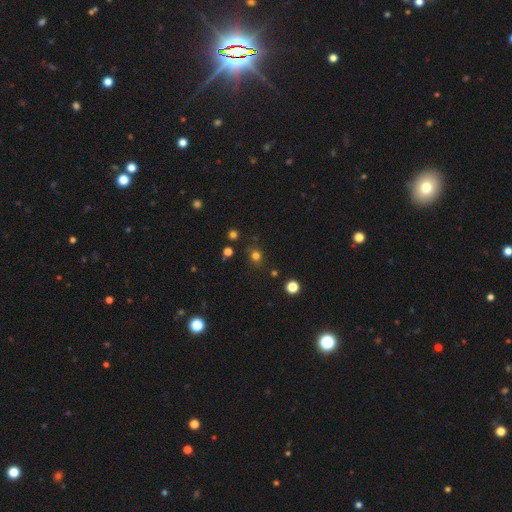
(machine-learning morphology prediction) This appears to be a smooth galaxy with no disk features (73%) that is round (84%). Merging: none (83%).